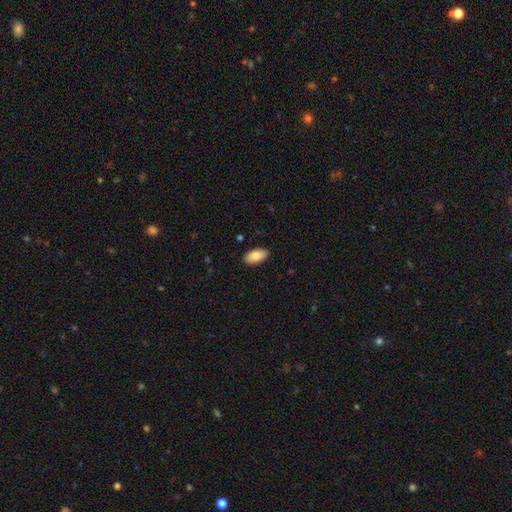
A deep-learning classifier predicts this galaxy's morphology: A smooth galaxy with no disk features (87%) that is in between round and cigar-shaped (95%).

Vote fractions:
- Smooth or featured? smooth: 87% / featured or disk: 7% / star or artifact: 6%
- How rounded? in between: 95% / cigar-shaped: 3% / round: 2%
- Merging? none: 89% / minor disturbance: 8% / major disturbance: 2% / merger: 1%